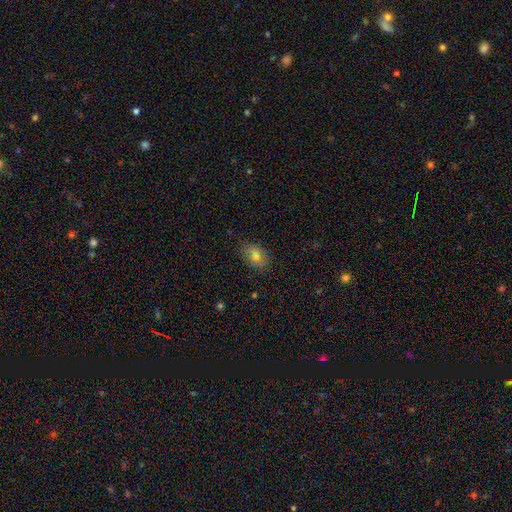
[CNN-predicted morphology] smooth_or_featured: smooth (p=0.72) [alt: star or artifact p=0.14]
how_rounded: in between (p=0.80) [alt: round p=0.18]
merging: none (p=0.82) [alt: minor disturbance p=0.13]